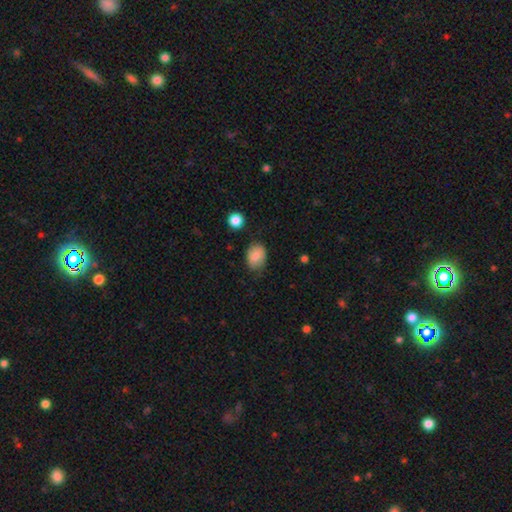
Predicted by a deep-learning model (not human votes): A smooth galaxy with no disk features (79%) that is in between round and cigar-shaped (73%).

Vote fractions:
- Smooth or featured? smooth: 79% / featured or disk: 13% / star or artifact: 8%
- How rounded? in between: 73% / round: 26% / cigar-shaped: 1%
- Merging? none: 69% / minor disturbance: 23% / major disturbance: 6% / merger: 2%